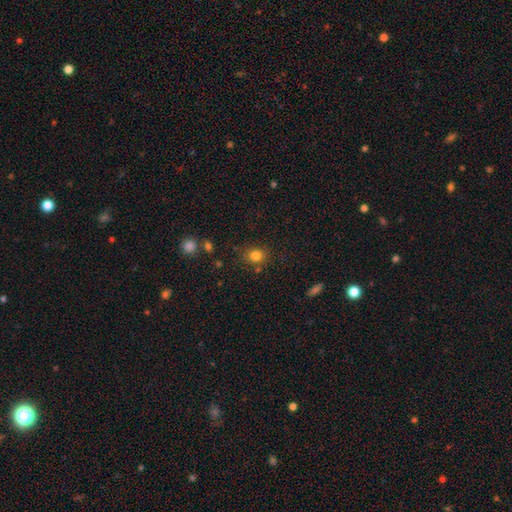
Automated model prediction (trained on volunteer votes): Smooth or featured: smooth — 82% (star or artifact — 12%)
How rounded: round — 72% (in between — 27%)
Merging: none — 79% (minor disturbance — 12%)